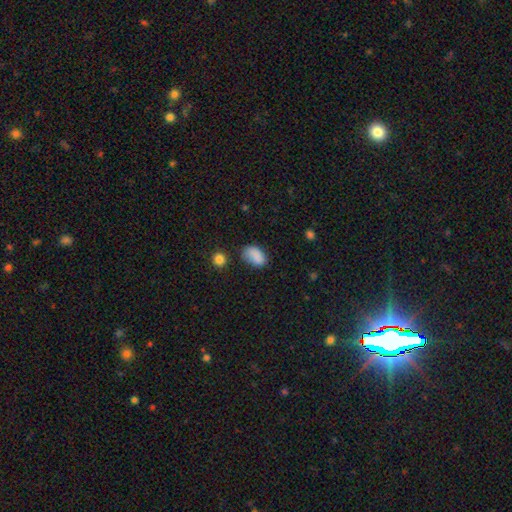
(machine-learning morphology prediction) Smooth or featured? smooth (84%)
How rounded? in between (89%)
Merging? none (61%)